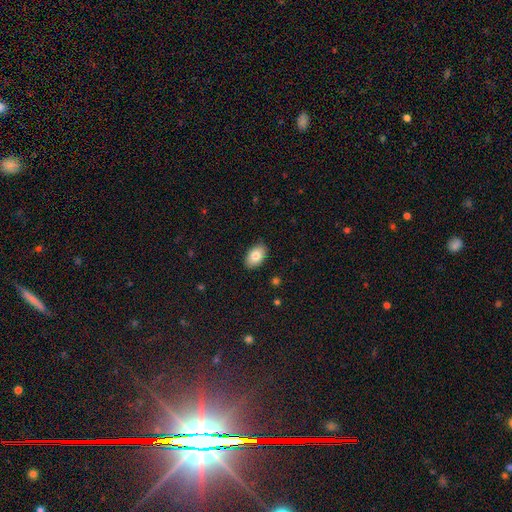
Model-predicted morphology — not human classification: This appears to be a smooth galaxy with no disk features (82%) that is in between round and cigar-shaped (91%). Merging: none (88%).